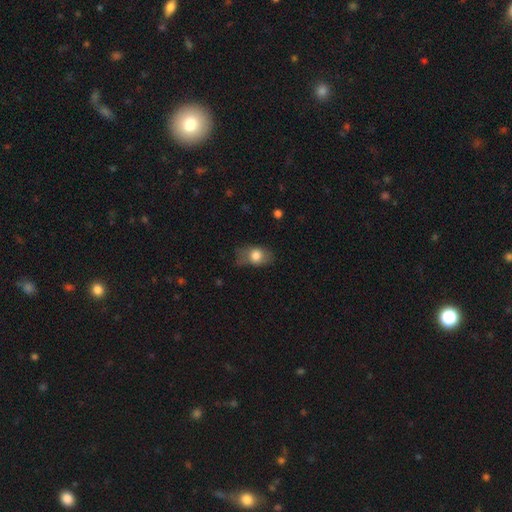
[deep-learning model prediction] Smooth or featured?
  - smooth: 74% *
  - featured or disk: 18%
  - star or artifact: 8%
How rounded?
  - in between: 77% *
  - round: 21%
  - cigar-shaped: 2%
Merging?
  - none: 53% *
  - minor disturbance: 30%
  - major disturbance: 14%
  - merger: 2%